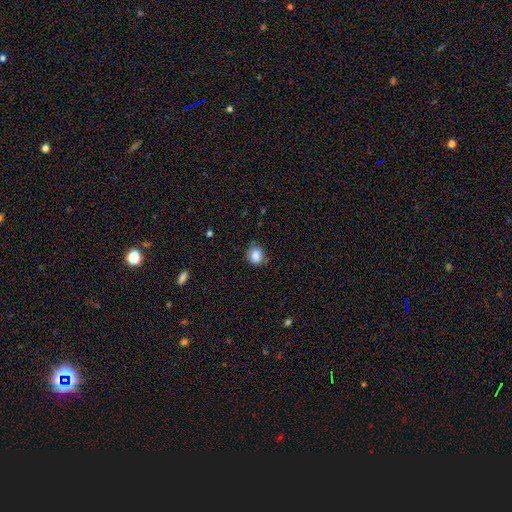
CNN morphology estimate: A smooth galaxy with no disk features (85%) that is round (61%).

Vote fractions:
- Smooth or featured? smooth: 85% / star or artifact: 9% / featured or disk: 6%
- How rounded? round: 61% / in between: 38% / cigar-shaped: 1%
- Merging? none: 72% / minor disturbance: 22% / major disturbance: 4% / merger: 2%